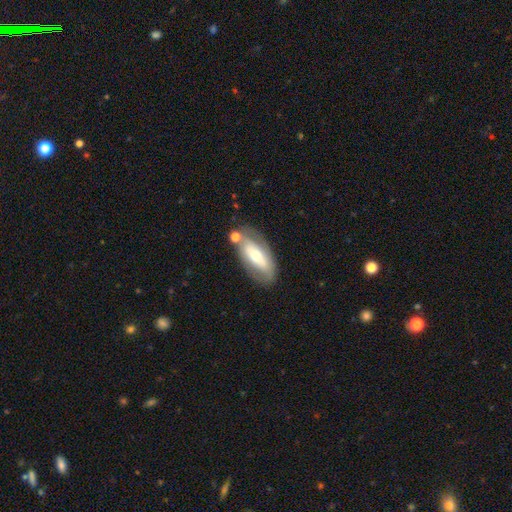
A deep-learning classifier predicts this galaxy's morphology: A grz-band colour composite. It shows a featured or disk galaxy (47%). Merging: none (67%).